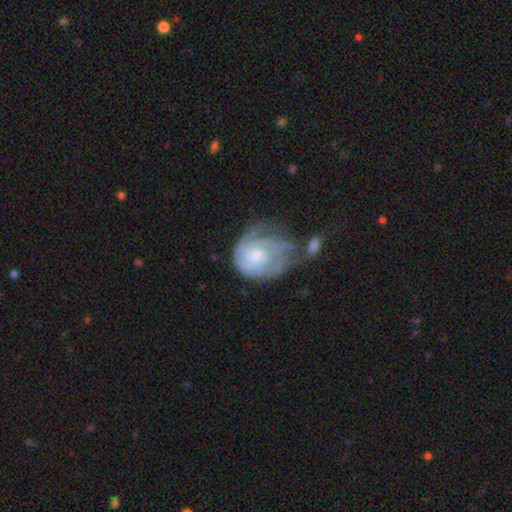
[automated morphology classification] Overall: featured or disk (79%). Edge-on disk: no (98%). Bar: weak (48%; no 45%). Spiral arms: yes (93%). Spiral arm count: 2 (36%; can't tell 33%). Spiral winding: tight (65%; medium 27%). Bulge size: small (47%; moderate 45%). Merging: none (33%; minor disturbance 27%).